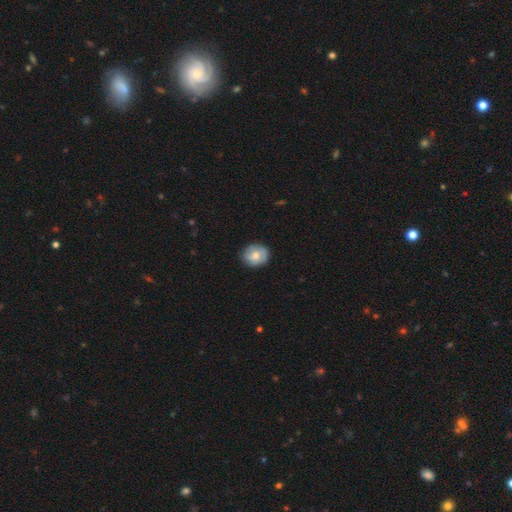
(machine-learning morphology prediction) smooth_or_featured: smooth (p=0.64) [alt: featured or disk p=0.29]
how_rounded: round (p=0.75) [alt: in between p=0.24]
merging: none (p=0.83) [alt: minor disturbance p=0.13]